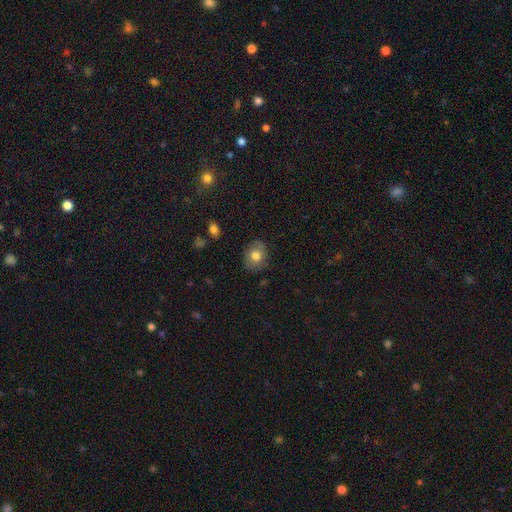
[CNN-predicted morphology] type=smooth (76%); roundness=round (50%); merging=none (82%).